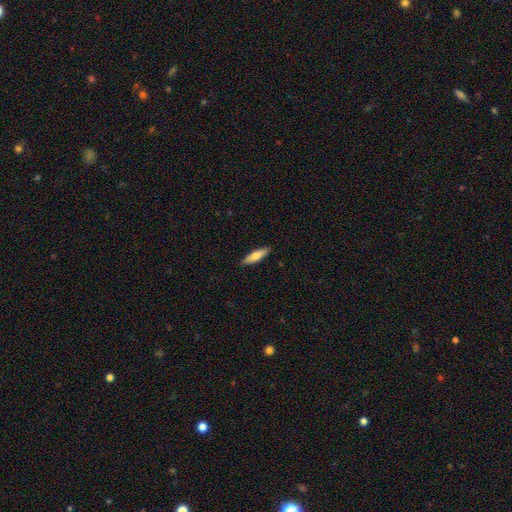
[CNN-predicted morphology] The model was most divided on "how rounded": cigar-shaped: 70%, in between: 29%, round: 2%. More confident: merging — none (89%); smooth or featured — smooth (71%).